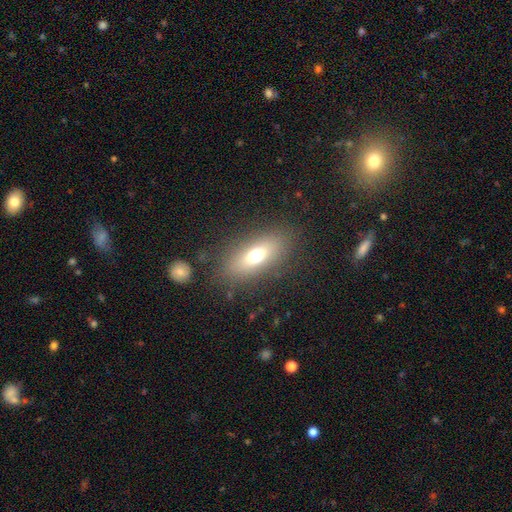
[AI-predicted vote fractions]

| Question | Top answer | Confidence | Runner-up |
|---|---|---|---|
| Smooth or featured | smooth | 67% | featured or disk (21%) |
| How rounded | in between | 75% | cigar-shaped (17%) |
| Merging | none | 82% | minor disturbance (11%) |